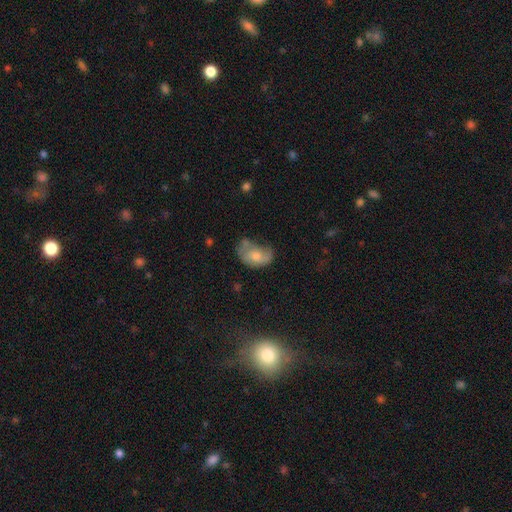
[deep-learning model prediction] This is possibly a smooth galaxy (55%). How rounded: clearly in between (83%). Merging: marginally minor disturbance (34%).